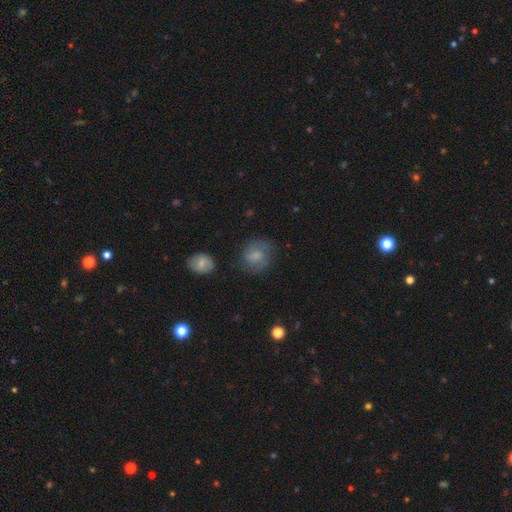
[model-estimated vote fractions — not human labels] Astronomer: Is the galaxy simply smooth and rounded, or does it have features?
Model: smooth — 61%.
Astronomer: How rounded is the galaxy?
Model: round — 75%.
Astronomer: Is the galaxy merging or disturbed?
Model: none — 69%.